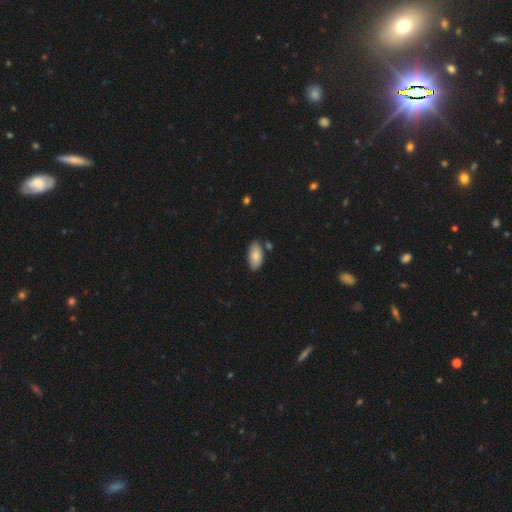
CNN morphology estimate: smooth 83%, featured or disk 11%, star or artifact 6%. Down the decision tree: how rounded — in between (94%); merging — none (77%).